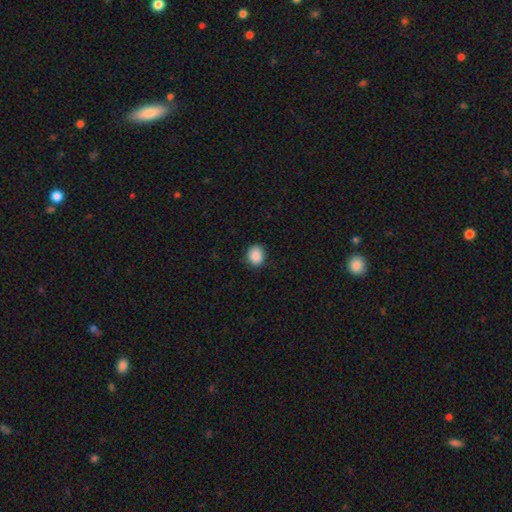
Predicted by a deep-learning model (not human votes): Smooth or featured? Predicted: smooth (p=0.89). How rounded? Predicted: round (p=0.67). Merging? Predicted: none (p=0.85).